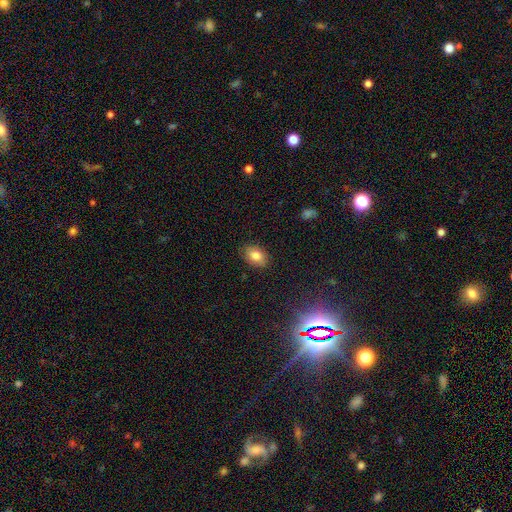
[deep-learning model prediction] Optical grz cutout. It shows a smooth galaxy with no disk features (81%) that is in between round and cigar-shaped (80%). Merging: none (85%).